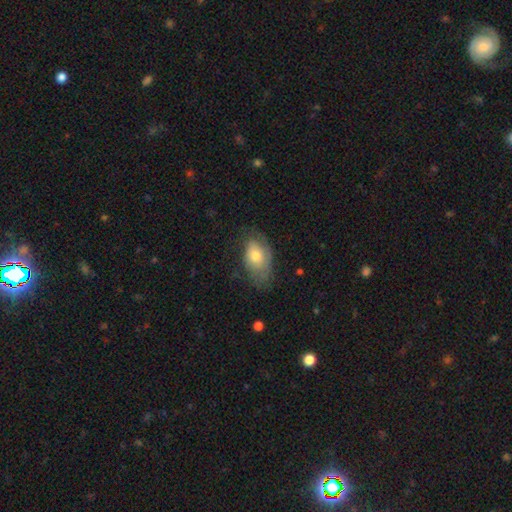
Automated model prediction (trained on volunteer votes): Smooth or featured? Predicted: smooth (p=0.64). How rounded? Predicted: in between (p=0.89). Merging? Predicted: none (p=0.52).